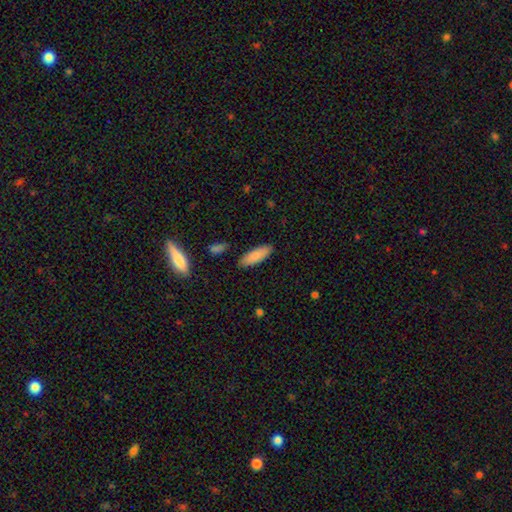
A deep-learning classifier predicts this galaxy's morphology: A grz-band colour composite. It shows a smooth galaxy with no disk features (87%) that is in between round and cigar-shaped (56%). Merging: none (87%).